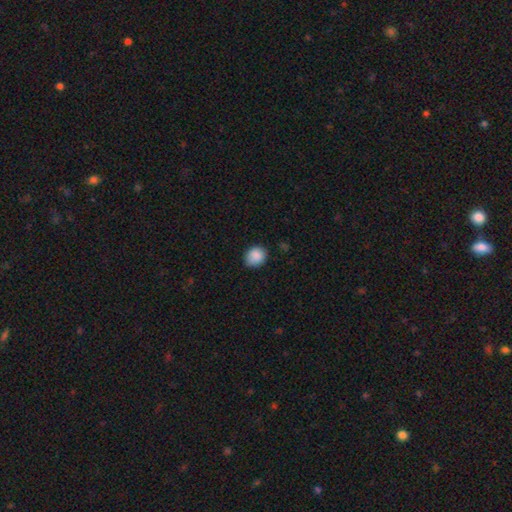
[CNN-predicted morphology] Smooth or featured?
  - smooth: 88% *
  - star or artifact: 8%
  - featured or disk: 4%
How rounded?
  - round: 63% *
  - in between: 36%
  - cigar-shaped: 1%
Merging?
  - none: 78% *
  - minor disturbance: 18%
  - major disturbance: 3%
  - merger: 1%